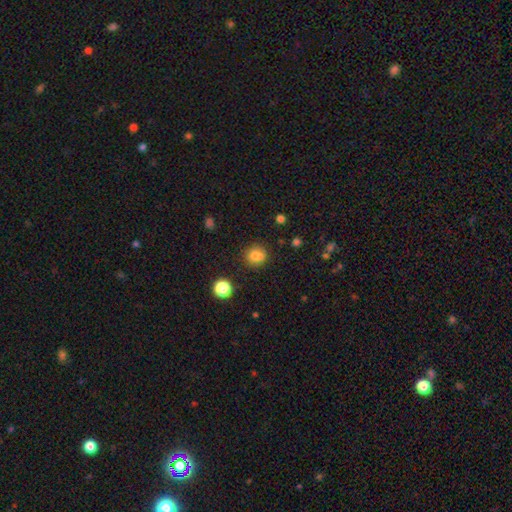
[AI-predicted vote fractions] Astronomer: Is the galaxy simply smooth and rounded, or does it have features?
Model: smooth — 75%.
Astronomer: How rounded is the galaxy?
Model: round — 78%.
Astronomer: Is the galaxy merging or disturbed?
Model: none — 60%.